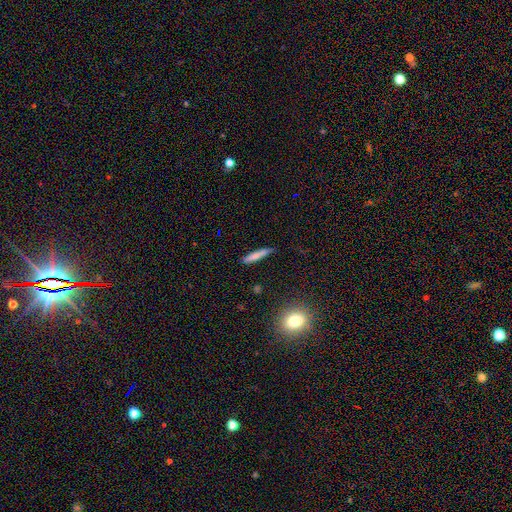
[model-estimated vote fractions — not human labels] Smooth or featured?
  - smooth: 75% *
  - featured or disk: 18%
  - star or artifact: 8%
How rounded?
  - cigar-shaped: 92% *
  - in between: 6%
  - round: 2%
Merging?
  - none: 82% *
  - minor disturbance: 14%
  - major disturbance: 3%
  - merger: 2%